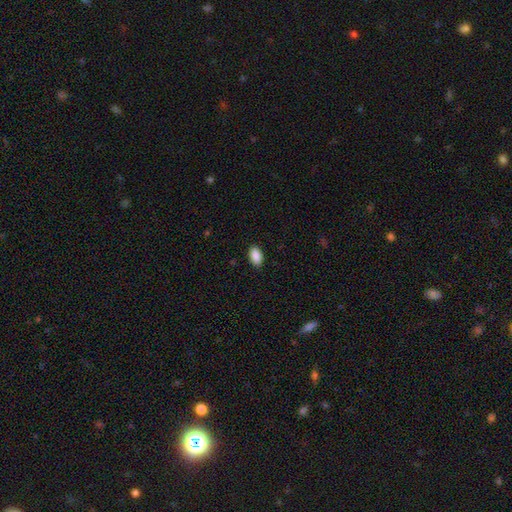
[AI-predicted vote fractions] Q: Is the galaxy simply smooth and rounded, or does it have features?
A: smooth — 90%.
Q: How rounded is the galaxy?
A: in between — 94%.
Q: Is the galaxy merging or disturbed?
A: none — 89%.